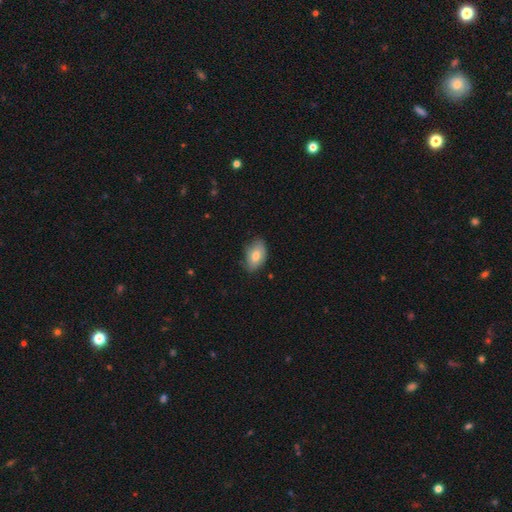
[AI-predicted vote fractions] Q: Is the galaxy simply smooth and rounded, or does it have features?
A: smooth — 76%.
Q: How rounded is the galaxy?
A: in between — 91%.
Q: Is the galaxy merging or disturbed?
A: none — 72%.